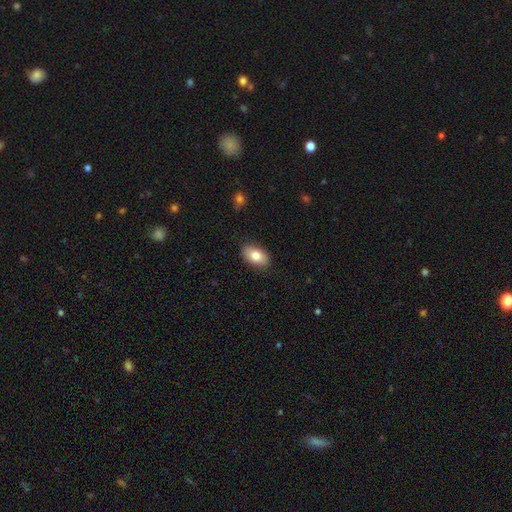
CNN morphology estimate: This is clearly a smooth galaxy (80%). How rounded: clearly in between (92%). Merging: clearly none (86%).